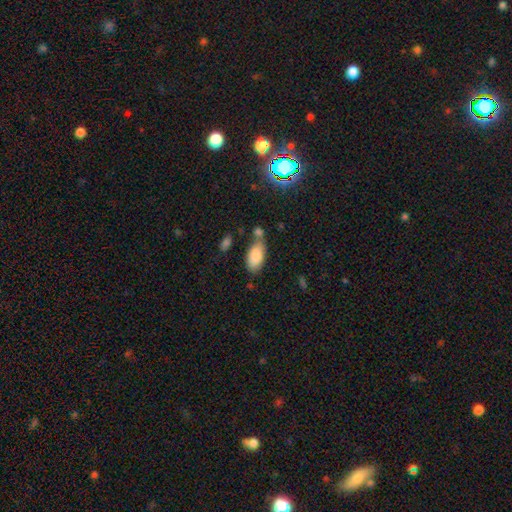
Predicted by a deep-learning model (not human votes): A smooth galaxy with no disk features (87%) that is in between round and cigar-shaped (93%).

Vote fractions:
- Smooth or featured? smooth: 87% / featured or disk: 7% / star or artifact: 7%
- How rounded? in between: 93% / cigar-shaped: 5% / round: 3%
- Merging? none: 56% / merger: 20% / minor disturbance: 18% / major disturbance: 5%